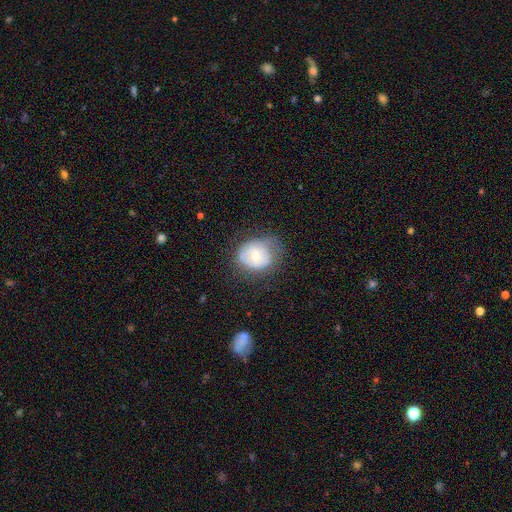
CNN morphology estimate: This appears to be a smooth galaxy with no disk features (54%) that is round (62%). Merging: none (51%).